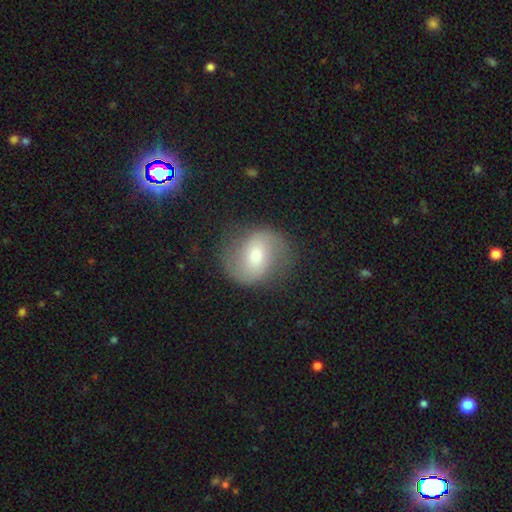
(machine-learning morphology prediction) Overall: featured or disk (68%). Edge-on disk: no (97%). Bar: weak (41%; no 36%). Spiral arms: yes (88%). Spiral arm count: 2 (90%). Spiral winding: medium (44%; loose 39%). Bulge size: moderate (54%; small 38%). Merging: none (78%).